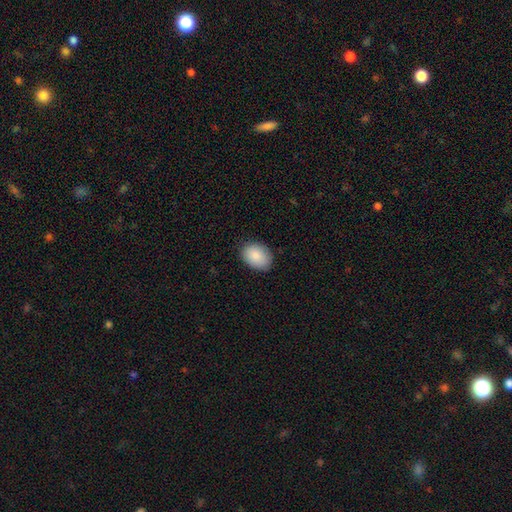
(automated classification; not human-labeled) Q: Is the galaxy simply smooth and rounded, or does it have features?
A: smooth — 88%.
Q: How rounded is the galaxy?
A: in between — 75%.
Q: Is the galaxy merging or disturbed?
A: none — 84%.